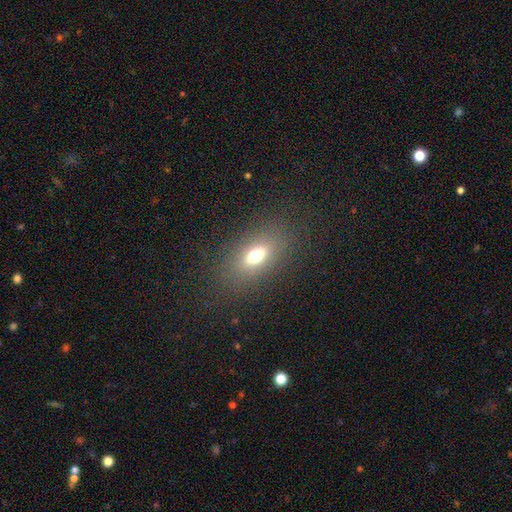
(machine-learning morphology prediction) type=smooth (68%); roundness=in between (81%); merging=none (83%).